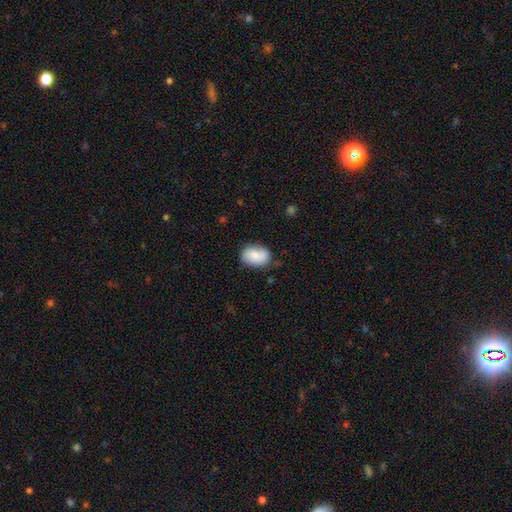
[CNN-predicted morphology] Smooth or featured? smooth (77%)
How rounded? in between (78%)
Merging? none (72%)